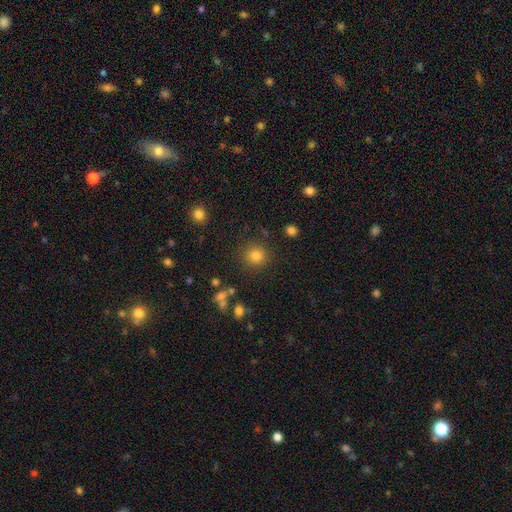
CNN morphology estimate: This appears to be a smooth galaxy with no disk features (81%) that is round (92%). Merging: none (87%).